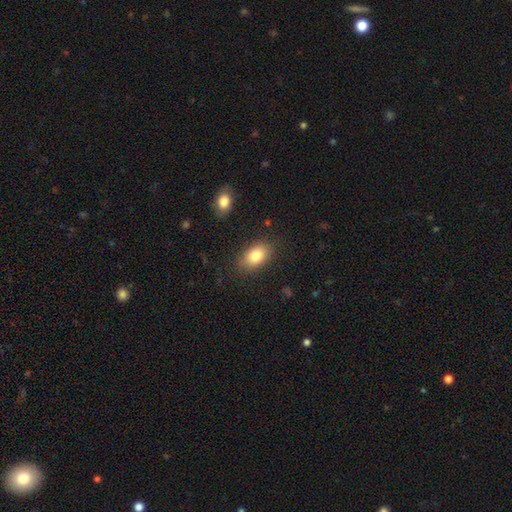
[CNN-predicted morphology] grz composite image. It shows a smooth galaxy with no disk features (82%) that is in between round and cigar-shaped (87%). Merging: none (84%).